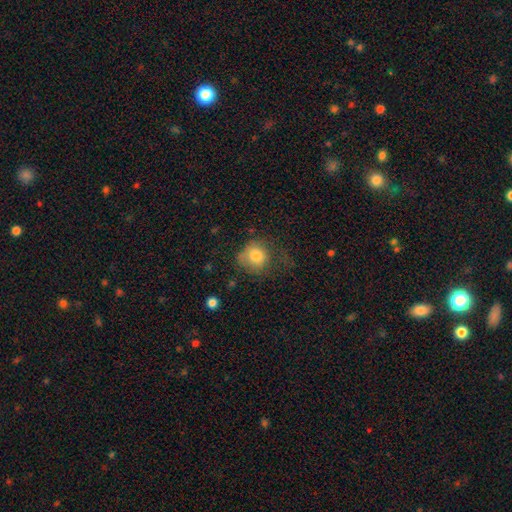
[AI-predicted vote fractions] The model was most divided on "merging": none: 46%, minor disturbance: 28%, major disturbance: 24%, merger: 3%. More confident: how rounded — round (80%); smooth or featured — smooth (79%).